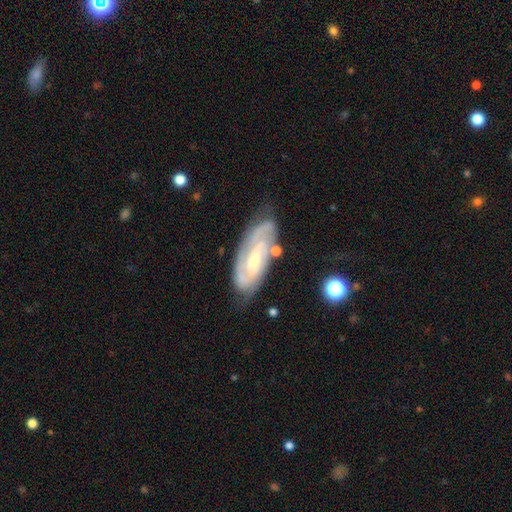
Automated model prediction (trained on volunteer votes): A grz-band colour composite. It shows a featured or disk galaxy (80%) with a weak bar (43%), 2 (54%) tight (54%) spiral arms (92%) and a small central bulge (46%). Merging: none (69%).